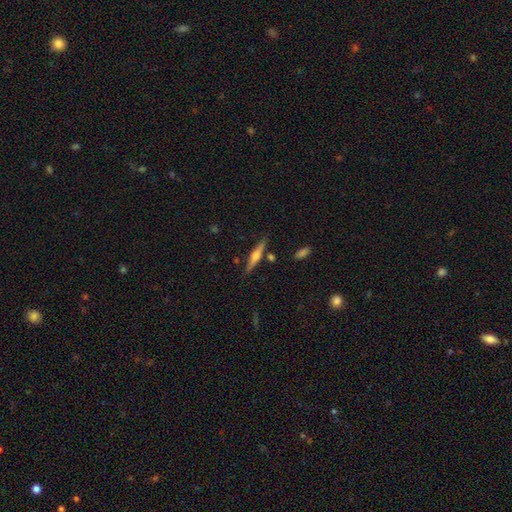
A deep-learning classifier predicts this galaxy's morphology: smooth_or_featured: featured or disk (p=0.59) [alt: smooth p=0.35]
disk_edge_on: yes (p=0.96) [alt: no p=0.04]
edge_on_bulge: rounded (p=0.88) [alt: boxy p=0.07]
merging: none (p=0.84) [alt: minor disturbance p=0.10]